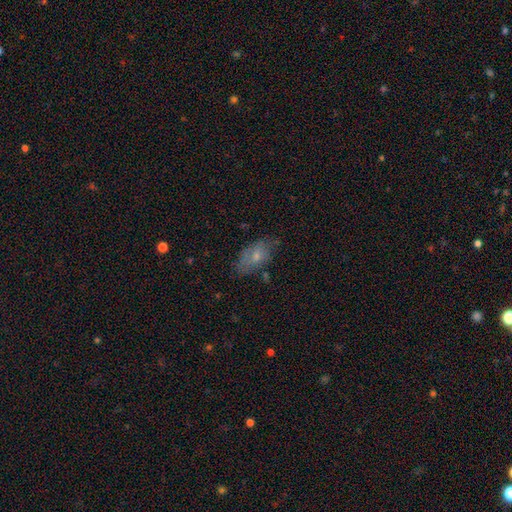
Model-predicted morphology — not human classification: Q: Smooth or featured?
A: smooth (62%); runner-up: featured or disk (29%)
Q: How rounded?
A: in between (89%); runner-up: round (6%)
Q: Merging?
A: none (62%); runner-up: minor disturbance (27%)